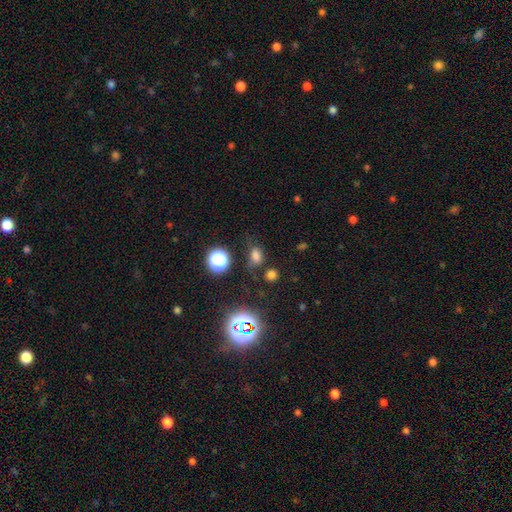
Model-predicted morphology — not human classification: smooth-or-featured: smooth: 68% | star or artifact: 24% | featured or disk: 8%
  how-rounded: in between: 62% | round: 36% | cigar-shaped: 2%
  merging: none: 58% | minor disturbance: 23% | major disturbance: 12% | merger: 7%